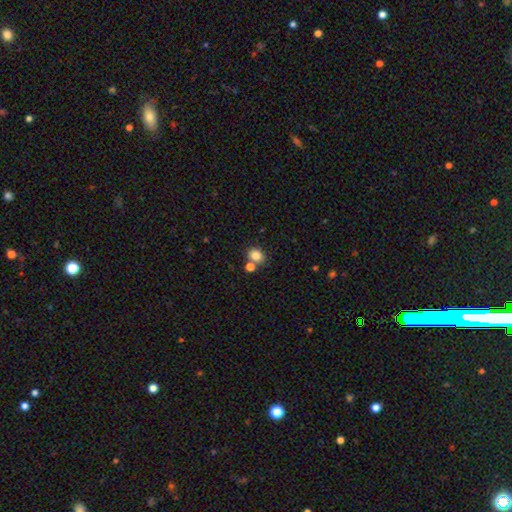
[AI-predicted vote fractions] Smooth or featured? smooth (82%)
How rounded? round (66%)
Merging? none (67%)